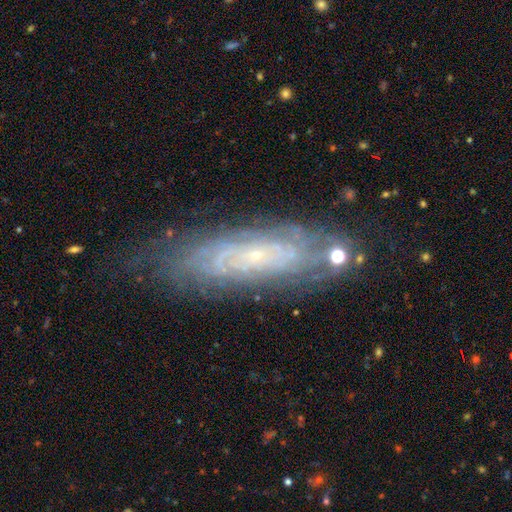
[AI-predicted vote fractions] A featured or disk galaxy (79%) with no bar (76%), tight (76%) spiral arms (91%) and a small central bulge (86%).

Vote fractions:
- Smooth or featured? featured or disk: 79% / smooth: 13% / star or artifact: 8%
- Edge-on disk? no: 86% / yes: 14%
- Bar? no: 76% / weak: 18% / strong: 5%
- Spiral arms? yes: 91% / no: 9%
- Spiral winding? tight: 76% / medium: 19% / loose: 5%
- Spiral arm count? can't tell: 54% / 2: 11% / 4: 11% / more than 4: 9% / 3: 9% / 1: 5%
- Bulge size? small: 86% / moderate: 8% / none: 3% / large: 1% / dominant: 1%
- Merging? none: 70% / minor disturbance: 20% / major disturbance: 7% / merger: 3%